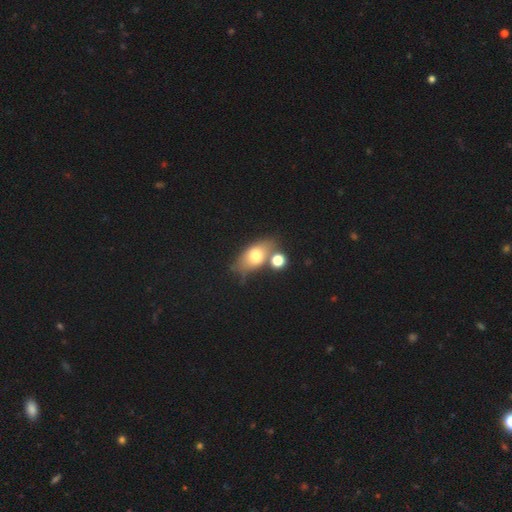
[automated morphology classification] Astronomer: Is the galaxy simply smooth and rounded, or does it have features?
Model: smooth — 69%.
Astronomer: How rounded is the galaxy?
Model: in between — 79%.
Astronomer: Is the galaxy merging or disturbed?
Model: none — 53%.